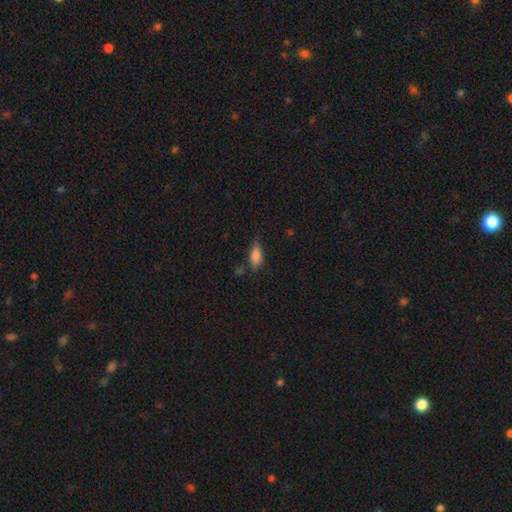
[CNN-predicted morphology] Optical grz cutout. It shows a smooth galaxy with no disk features (80%) that is in between round and cigar-shaped (78%). Merging: none (65%).